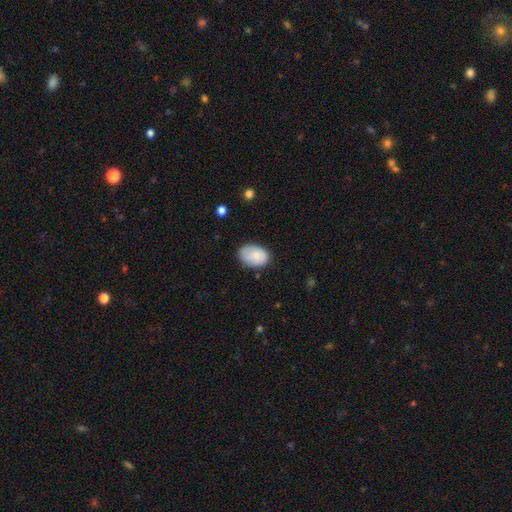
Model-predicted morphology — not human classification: The model was most divided on "merging": none: 75%, minor disturbance: 19%, major disturbance: 4%, merger: 1%. More confident: how rounded — in between (86%); smooth or featured — smooth (82%).